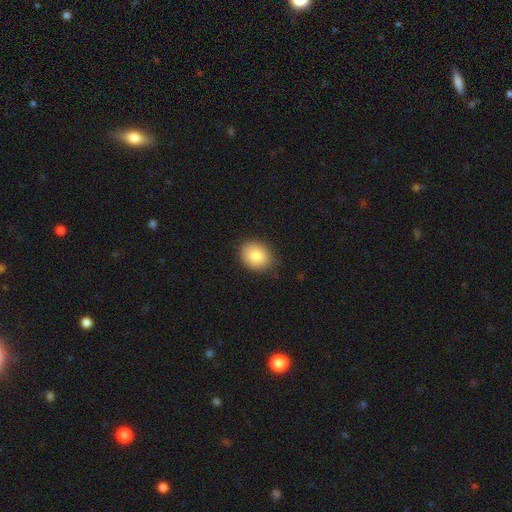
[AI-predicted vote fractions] A smooth galaxy with no disk features (84%) that is in between round and cigar-shaped (56%).

Vote fractions:
- Smooth or featured? smooth: 84% / featured or disk: 8% / star or artifact: 8%
- How rounded? in between: 56% / round: 43% / cigar-shaped: 1%
- Merging? none: 82% / minor disturbance: 14% / major disturbance: 3% / merger: 1%